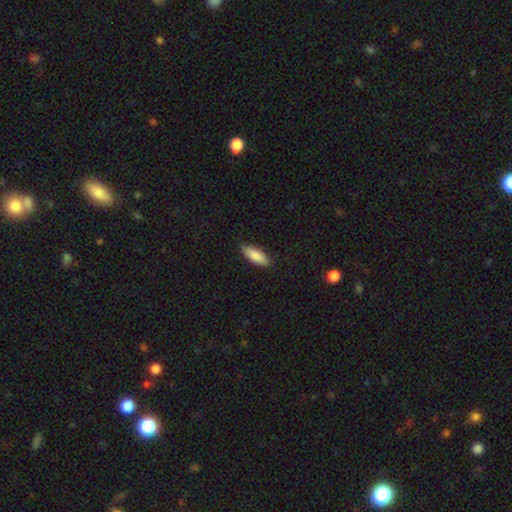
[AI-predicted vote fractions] This appears to be a smooth galaxy with no disk features (85%) that is in between round and cigar-shaped (67%). Merging: none (85%).